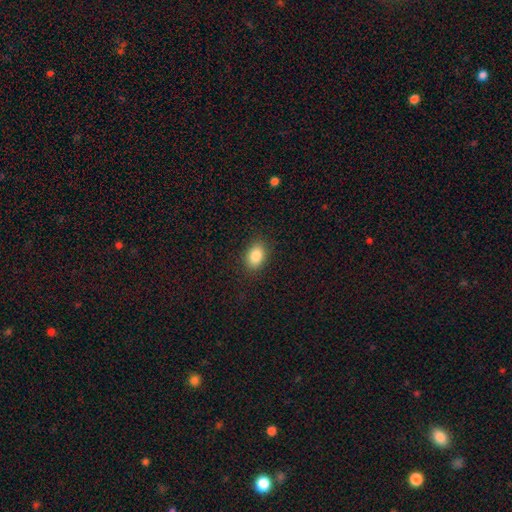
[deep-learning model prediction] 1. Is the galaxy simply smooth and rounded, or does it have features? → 86% smooth, 9% star or artifact, 6% featured or disk.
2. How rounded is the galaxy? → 80% in between, 19% round, 1% cigar-shaped.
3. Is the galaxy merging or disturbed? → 88% none, 9% minor disturbance, 3% major disturbance, 1% merger.